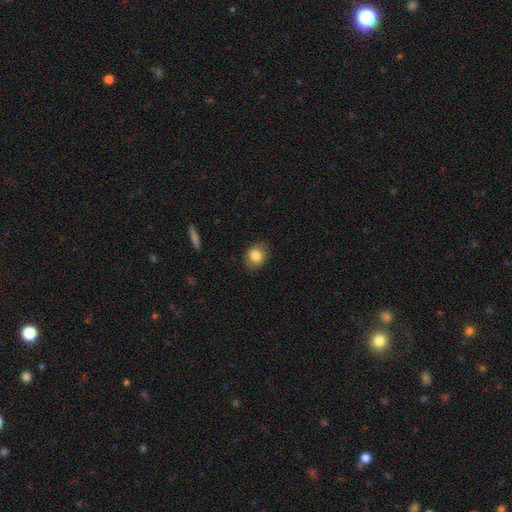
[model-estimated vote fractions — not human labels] smooth 82%, featured or disk 10%, star or artifact 8%. Down the decision tree: how rounded — round (54%); merging — none (83%).